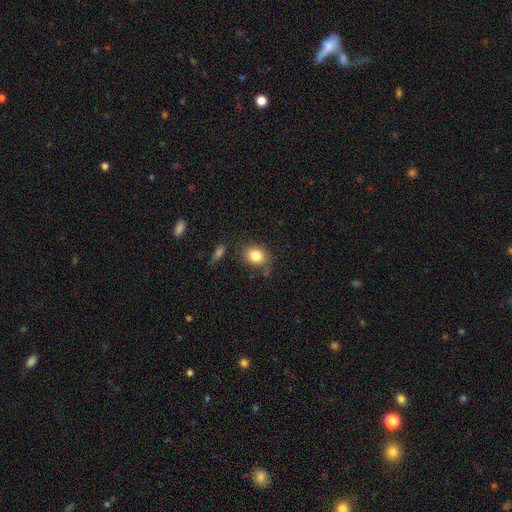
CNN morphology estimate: Overall: smooth (82%). How rounded: round (50%; in between 49%). Merging: none (72%).